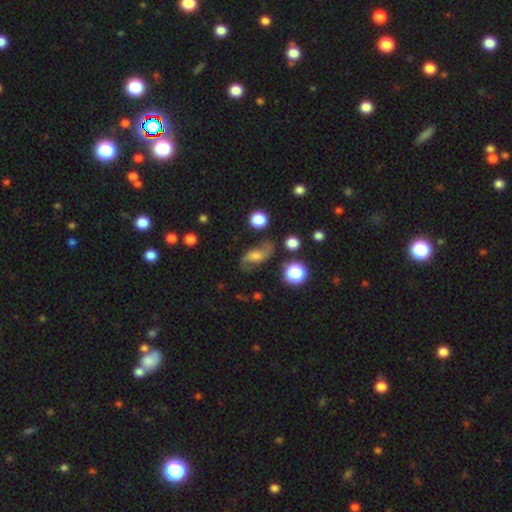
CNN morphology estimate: type=featured or disk (60%); edge-on=no (93%); bar=no (51%); spiral arms=yes (90%); winding=loose (69%); arm count=2 (90%); bulge=moderate (43%); merging=none (66%).